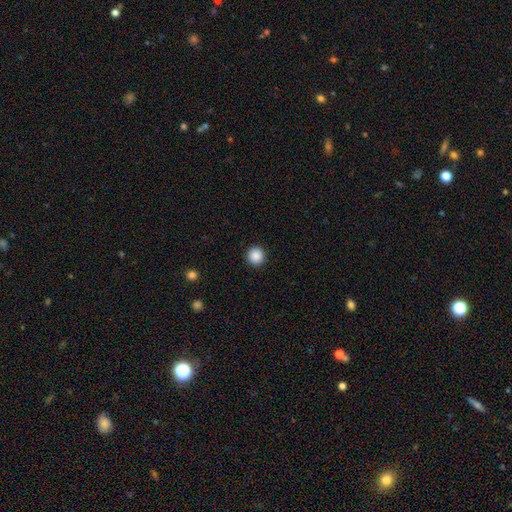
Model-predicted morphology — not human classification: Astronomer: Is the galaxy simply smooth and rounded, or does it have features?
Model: smooth — 88%.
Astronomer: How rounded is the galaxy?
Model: round — 96%.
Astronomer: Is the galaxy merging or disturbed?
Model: none — 93%.